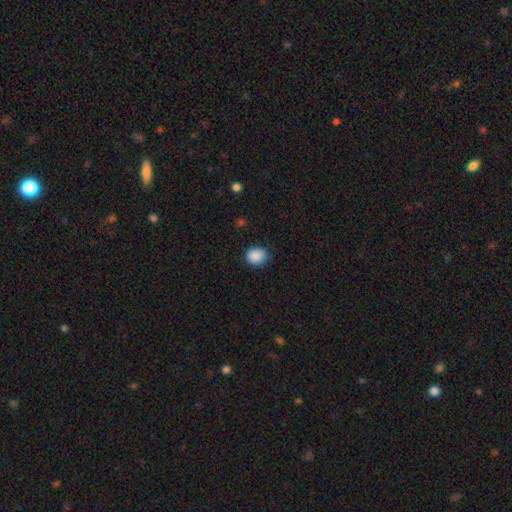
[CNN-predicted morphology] A smooth galaxy with no disk features (88%) that is round (65%).

Vote fractions:
- Smooth or featured? smooth: 88% / star or artifact: 8% / featured or disk: 3%
- How rounded? round: 65% / in between: 34% / cigar-shaped: 1%
- Merging? none: 83% / minor disturbance: 13% / major disturbance: 3% / merger: 1%